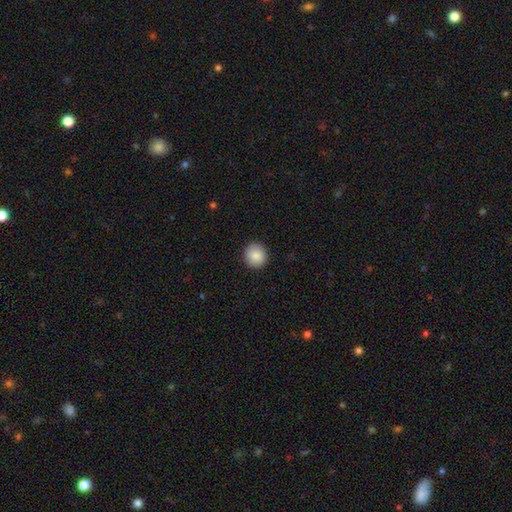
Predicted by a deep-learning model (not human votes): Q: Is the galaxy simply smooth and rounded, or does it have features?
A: smooth — 88%.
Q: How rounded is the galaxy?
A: round — 89%.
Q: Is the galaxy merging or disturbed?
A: none — 91%.